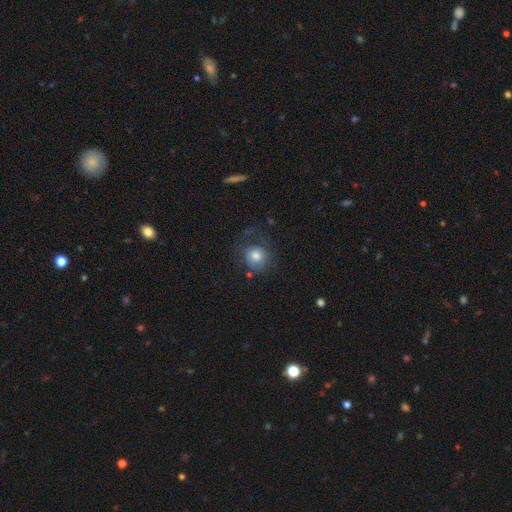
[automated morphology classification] The model was most divided on "merging": none: 60%, minor disturbance: 20%, major disturbance: 17%, merger: 3%. More confident: how rounded — round (85%); smooth or featured — smooth (74%).